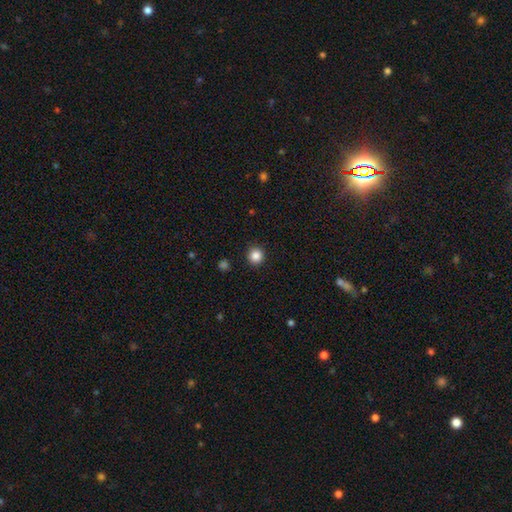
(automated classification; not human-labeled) A smooth galaxy with no disk features (86%) that is round (94%). Merging: none (92%).